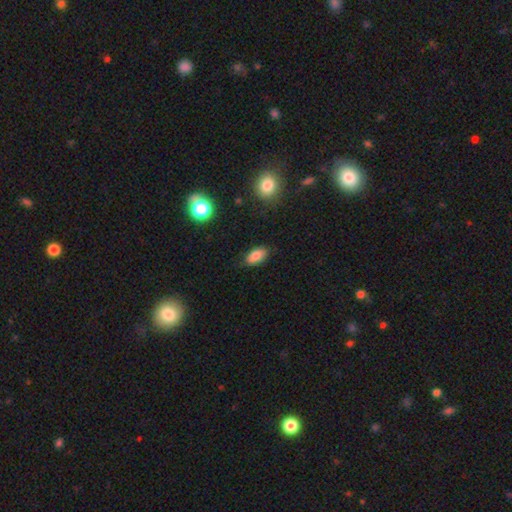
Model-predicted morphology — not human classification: A smooth galaxy with no disk features (82%) that is in between round and cigar-shaped (91%). Merging: none (79%).